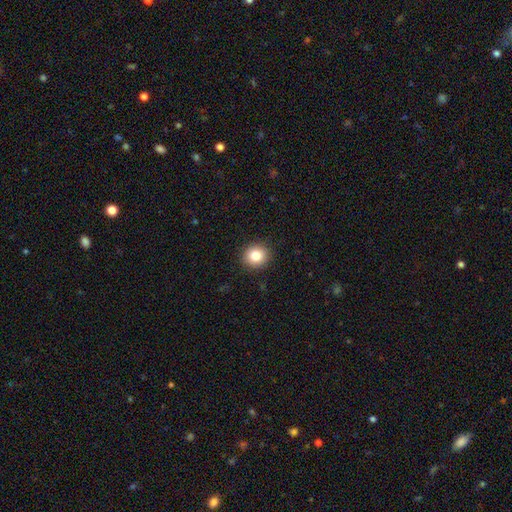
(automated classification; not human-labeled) Overall: smooth (83%). How rounded: round (84%). Merging: none (91%).